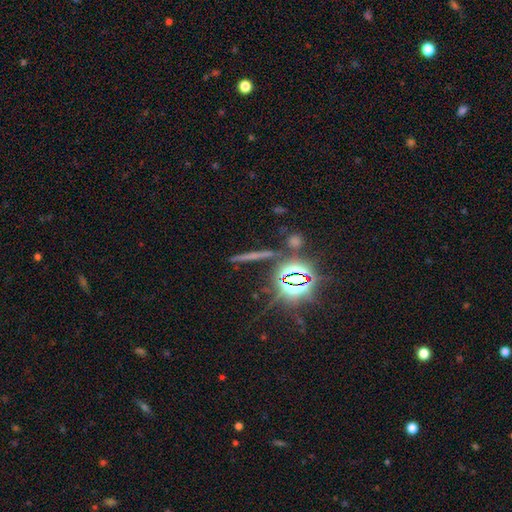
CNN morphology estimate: star or artifact 53%, featured or disk 26%, smooth 21%.